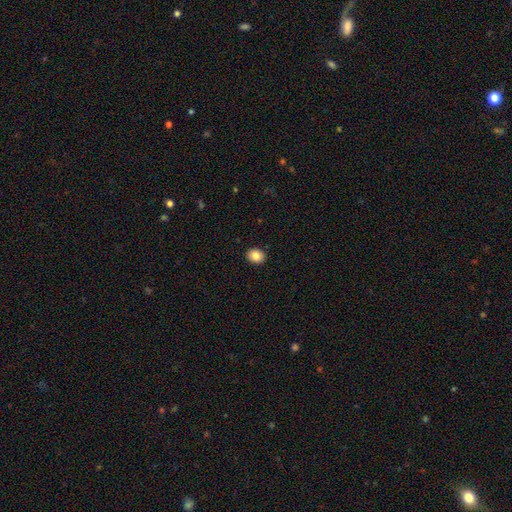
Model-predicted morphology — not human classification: Smooth or featured? Predicted: smooth (p=0.85). How rounded? Predicted: in between (p=0.50). Merging? Predicted: none (p=0.91).